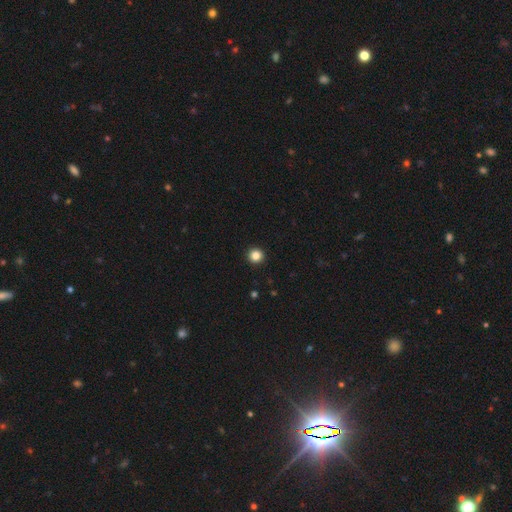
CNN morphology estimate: Smooth or featured: smooth — 85% (star or artifact — 11%)
How rounded: round — 95% (in between — 4%)
Merging: none — 94% (minor disturbance — 4%)